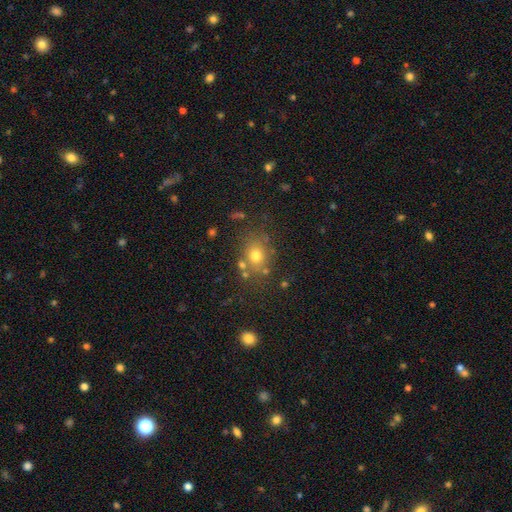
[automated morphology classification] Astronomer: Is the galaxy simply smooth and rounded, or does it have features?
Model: smooth — 71%.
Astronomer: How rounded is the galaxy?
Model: round — 59% (runner-up: in between, 40%).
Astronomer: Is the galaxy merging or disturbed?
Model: none — 72%.